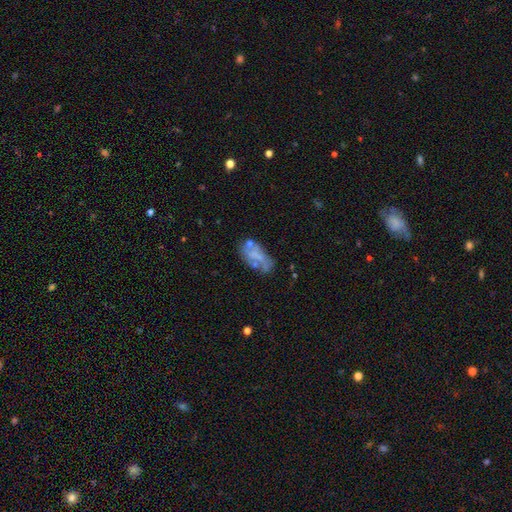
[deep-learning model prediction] smooth-or-featured: featured or disk: 51% | smooth: 37% | star or artifact: 12%
  disk-edge-on: no: 95% | yes: 5%
  merging: none: 41% | minor disturbance: 22% | major disturbance: 20% | merger: 16%